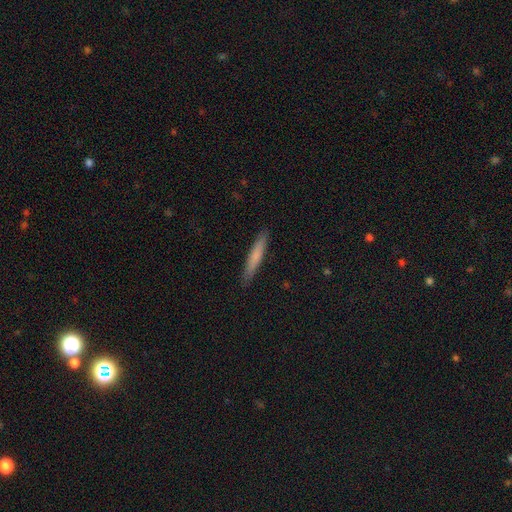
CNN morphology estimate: type=smooth (71%); roundness=cigar-shaped (94%); merging=none (90%).